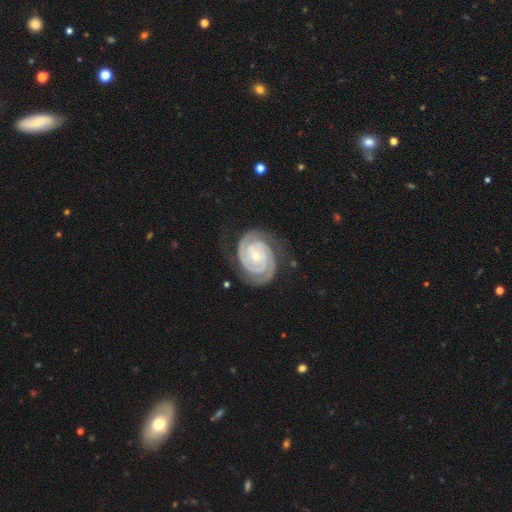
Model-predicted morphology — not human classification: This is clearly a featured or disk galaxy (93%). It is clearly not viewed edge-on (98%). Bar: likely no (73%). Spiral arm pattern: clearly yes (99%). Spiral arm count: clearly 2 (82%). Spiral winding: clearly tight (85%). Central bulge: likely small (67%). Merging: clearly none (81%).